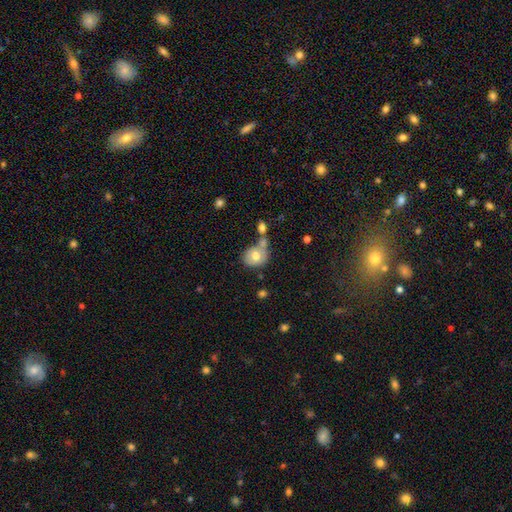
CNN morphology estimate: Smooth or featured? smooth (70%)
How rounded? round (69%)
Merging? merger (39%)